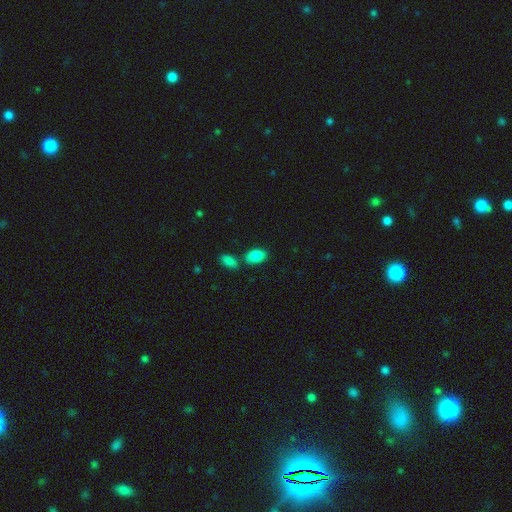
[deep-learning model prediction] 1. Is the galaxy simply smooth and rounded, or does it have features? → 87% smooth, 7% star or artifact, 5% featured or disk.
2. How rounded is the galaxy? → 90% in between, 8% round, 2% cigar-shaped.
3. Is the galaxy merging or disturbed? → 69% none, 15% merger, 12% minor disturbance, 3% major disturbance.